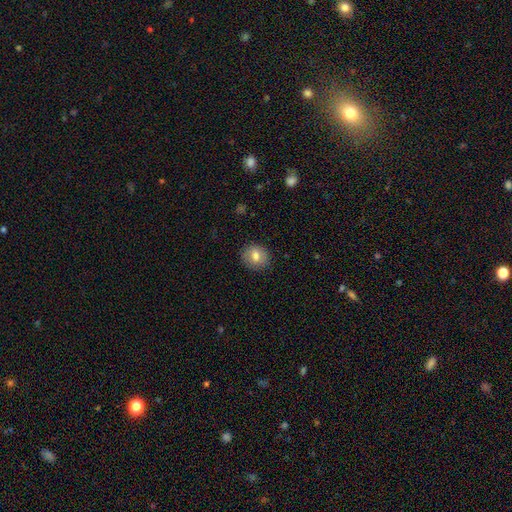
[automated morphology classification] A smooth galaxy with no disk features (76%) that is round (76%). Merging: none (87%).